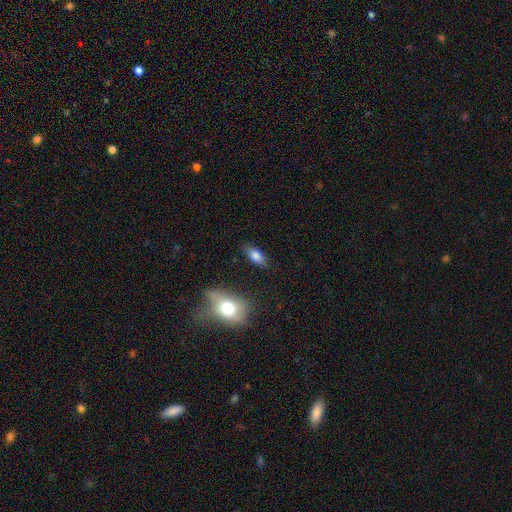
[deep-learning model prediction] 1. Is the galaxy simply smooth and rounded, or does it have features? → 80% smooth, 12% featured or disk, 8% star or artifact.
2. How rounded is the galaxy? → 81% in between, 14% cigar-shaped, 4% round.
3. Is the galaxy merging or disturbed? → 82% none, 12% minor disturbance, 3% major disturbance, 2% merger.